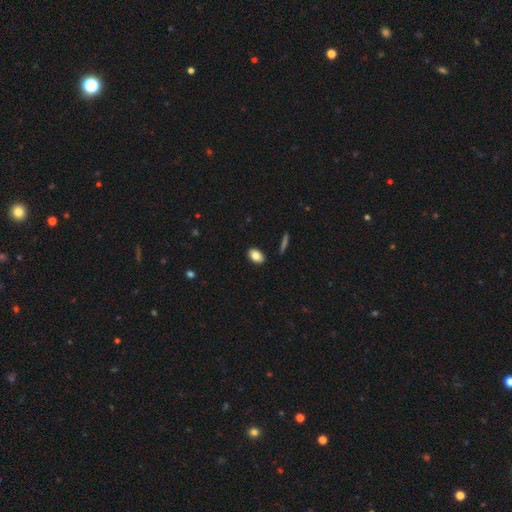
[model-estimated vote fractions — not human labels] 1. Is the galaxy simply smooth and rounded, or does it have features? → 83% smooth, 10% featured or disk, 8% star or artifact.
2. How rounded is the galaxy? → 89% in between, 9% round, 2% cigar-shaped.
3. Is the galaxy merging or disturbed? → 88% none, 9% minor disturbance, 2% major disturbance, 1% merger.